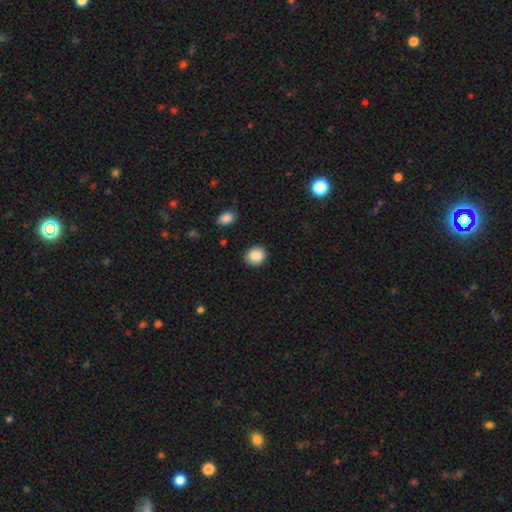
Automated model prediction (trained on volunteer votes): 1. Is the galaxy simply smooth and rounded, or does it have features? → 88% smooth, 8% star or artifact, 3% featured or disk.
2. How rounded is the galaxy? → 75% round, 24% in between, 1% cigar-shaped.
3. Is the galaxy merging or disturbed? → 88% none, 8% minor disturbance, 2% major disturbance, 1% merger.